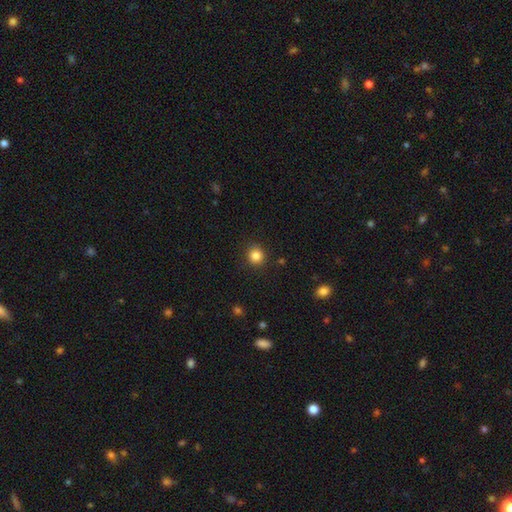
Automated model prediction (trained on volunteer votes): smooth-or-featured: smooth: 85% | star or artifact: 11% | featured or disk: 4%
  how-rounded: round: 91% | in between: 8% | cigar-shaped: 1%
  merging: none: 90% | minor disturbance: 7% | major disturbance: 2% | merger: 1%